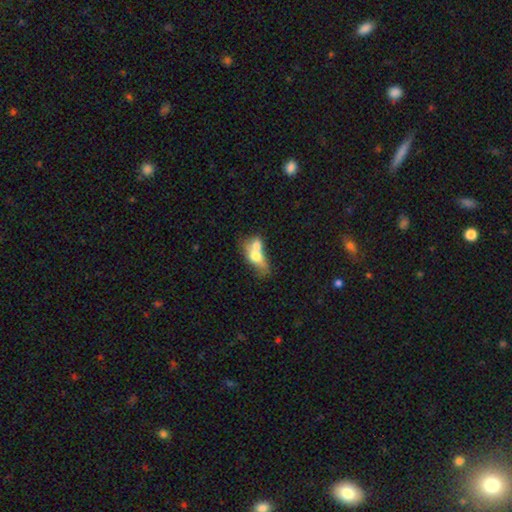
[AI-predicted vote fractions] This is likely a smooth galaxy (63%). How rounded: likely in between (72%). Merging: likely merger (71%).